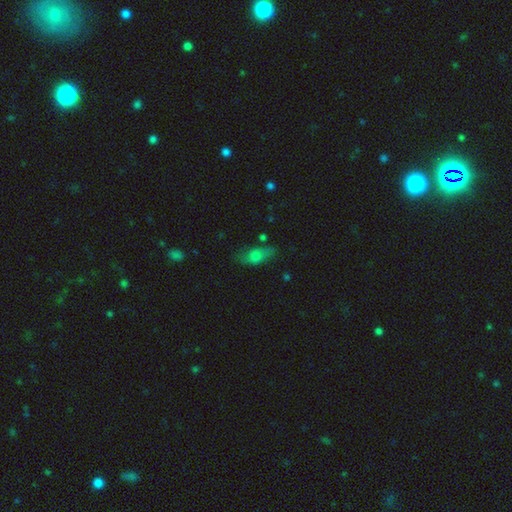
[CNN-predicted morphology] A smooth galaxy with no disk features (70%) that is in between round and cigar-shaped (82%). Merging: none (50%).